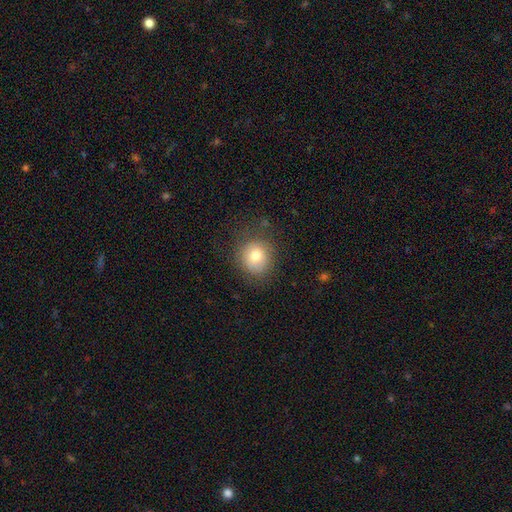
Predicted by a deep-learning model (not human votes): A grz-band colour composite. It shows a smooth galaxy with no disk features (76%) that is round (84%). Merging: none (78%).